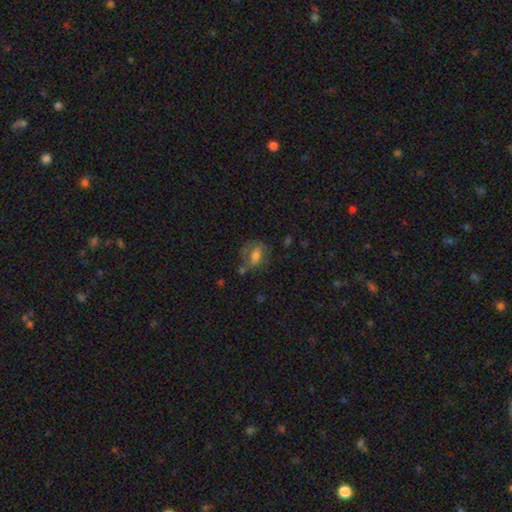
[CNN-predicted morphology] Overall: smooth (54%; featured or disk 35%). How rounded: in between (73%). Merging: none (47%; minor disturbance 25%).